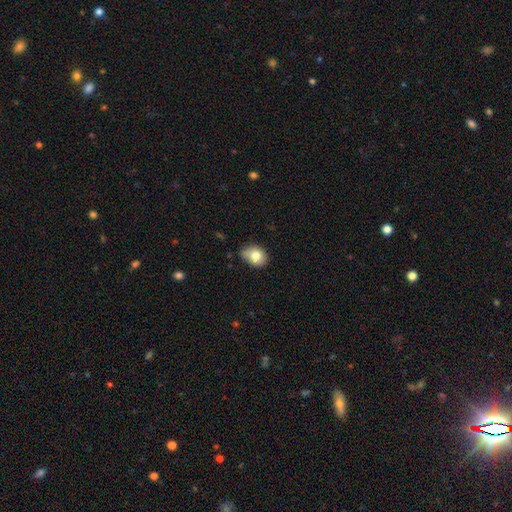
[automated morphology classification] Smooth or featured? Predicted: smooth (p=0.77). How rounded? Predicted: in between (p=0.59). Merging? Predicted: none (p=0.57).